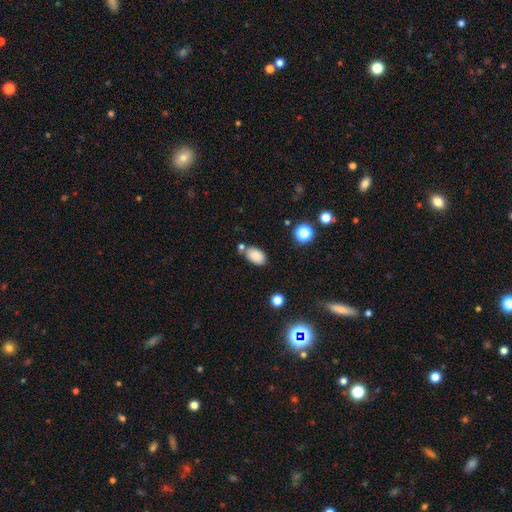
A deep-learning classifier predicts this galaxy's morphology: Overall: smooth (85%). How rounded: in between (91%). Merging: none (64%).